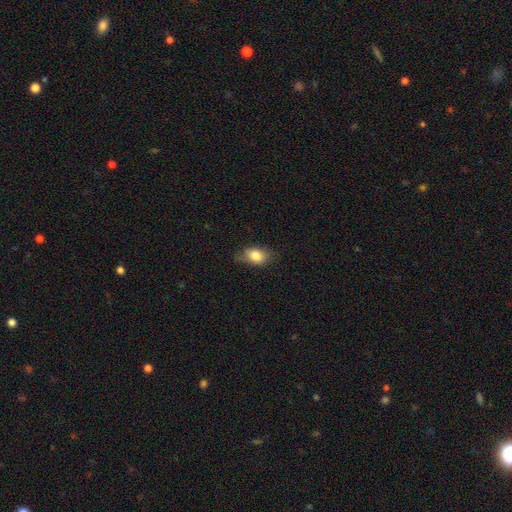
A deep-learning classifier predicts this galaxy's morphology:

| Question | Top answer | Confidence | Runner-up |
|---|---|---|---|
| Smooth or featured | smooth | 81% | featured or disk (11%) |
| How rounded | in between | 79% | round (19%) |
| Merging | none | 72% | minor disturbance (22%) |